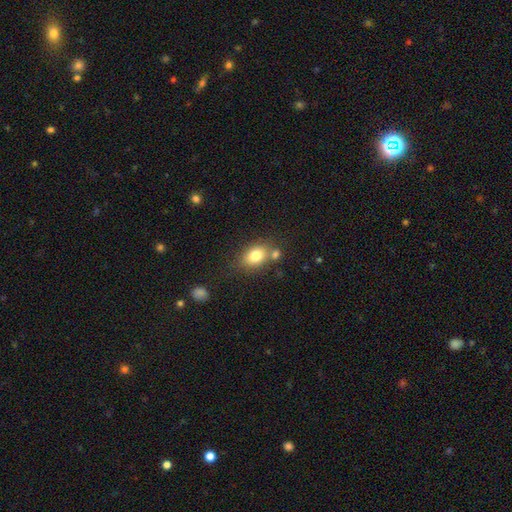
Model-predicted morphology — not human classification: Smooth or featured?
  - smooth: 78% *
  - featured or disk: 12%
  - star or artifact: 10%
How rounded?
  - in between: 72% *
  - round: 27%
  - cigar-shaped: 1%
Merging?
  - none: 62% *
  - merger: 20%
  - minor disturbance: 14%
  - major disturbance: 4%